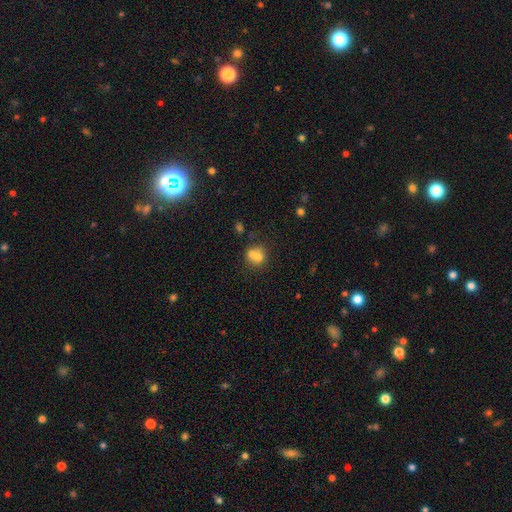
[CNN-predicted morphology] The model was most divided on "merging": merger: 58%, none: 32%, minor disturbance: 7%, major disturbance: 3%. More confident: how rounded — round (77%); smooth or featured — smooth (66%).